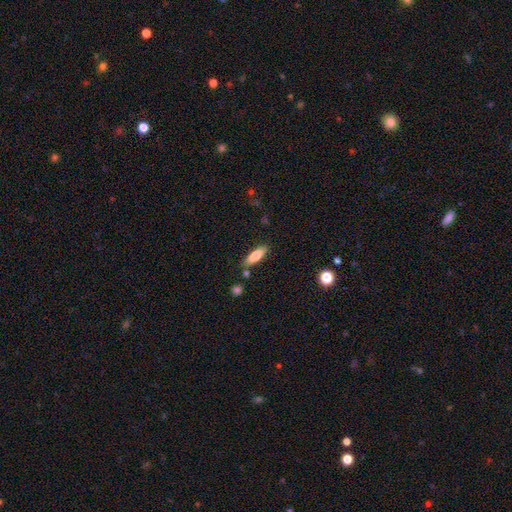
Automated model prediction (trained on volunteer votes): Overall: smooth (76%). How rounded: in between (56%; cigar-shaped 41%). Merging: none (81%).